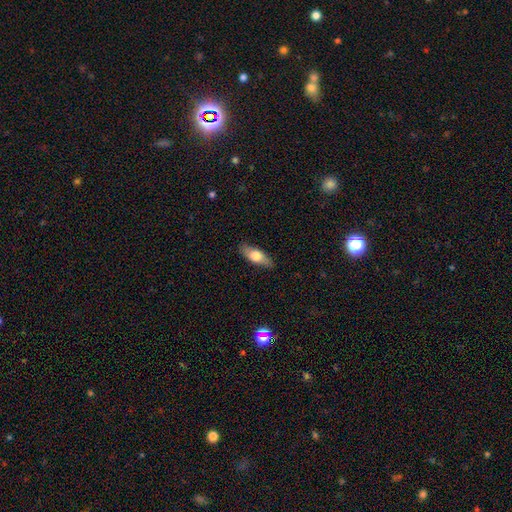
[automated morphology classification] The model was most divided on "smooth or featured": smooth: 63%, featured or disk: 31%, star or artifact: 6%. More confident: merging — none (85%); how rounded — in between (69%).